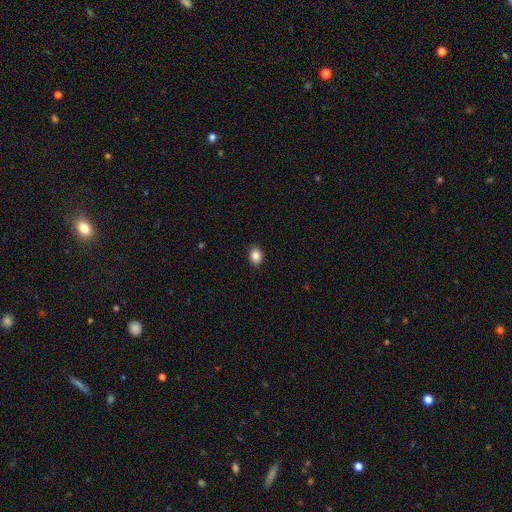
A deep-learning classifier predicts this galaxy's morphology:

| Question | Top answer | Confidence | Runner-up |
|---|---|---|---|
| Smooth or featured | smooth | 87% | star or artifact (9%) |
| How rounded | in between | 54% | round (45%) |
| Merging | none | 90% | minor disturbance (8%) |